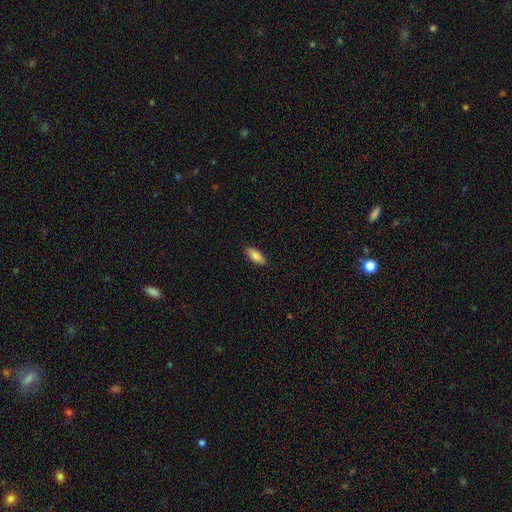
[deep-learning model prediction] Smooth or featured?
  - smooth: 84% *
  - featured or disk: 10%
  - star or artifact: 6%
How rounded?
  - in between: 83% *
  - cigar-shaped: 15%
  - round: 2%
Merging?
  - none: 89% *
  - minor disturbance: 9%
  - major disturbance: 2%
  - merger: 1%